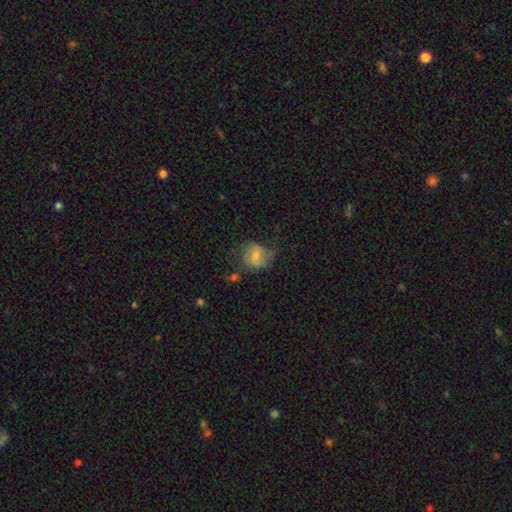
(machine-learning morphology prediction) This appears to be a smooth galaxy with no disk features (47%). Merging: none (50%).